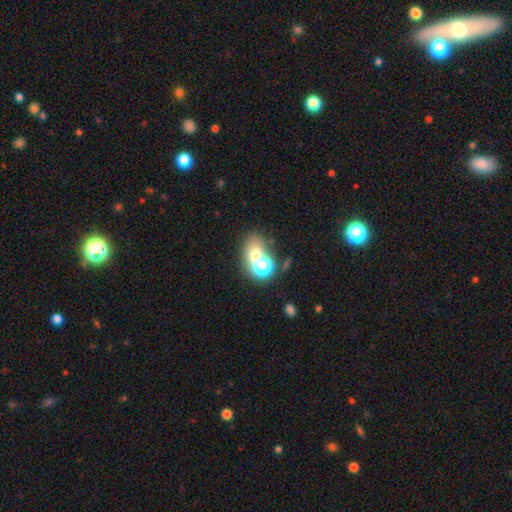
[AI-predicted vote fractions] Q: Smooth or featured?
A: smooth (59%); runner-up: star or artifact (24%)
Q: How rounded?
A: in between (51%); runner-up: round (48%)
Q: Merging?
A: none (44%); runner-up: merger (40%)